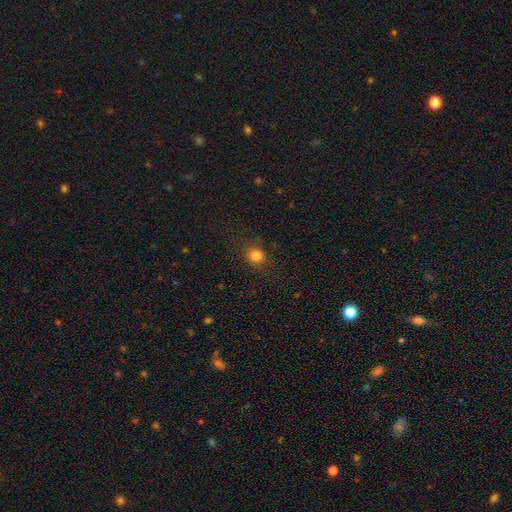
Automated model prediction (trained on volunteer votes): Overall: smooth (81%). How rounded: round (79%). Merging: none (82%).